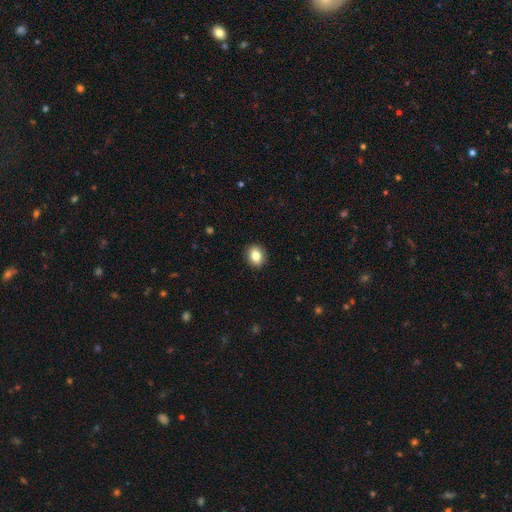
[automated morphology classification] Q: Smooth or featured?
A: smooth (82%); runner-up: star or artifact (9%)
Q: How rounded?
A: round (59%); runner-up: in between (40%)
Q: Merging?
A: none (91%); runner-up: minor disturbance (6%)